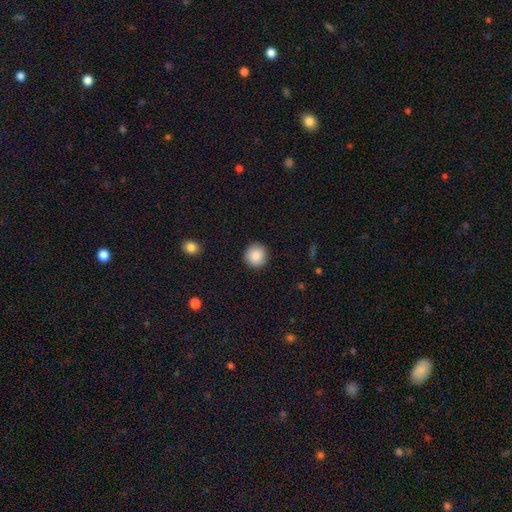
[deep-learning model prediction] Smooth or featured: smooth — 87% (star or artifact — 8%)
How rounded: round — 93% (in between — 6%)
Merging: none — 91% (minor disturbance — 6%)